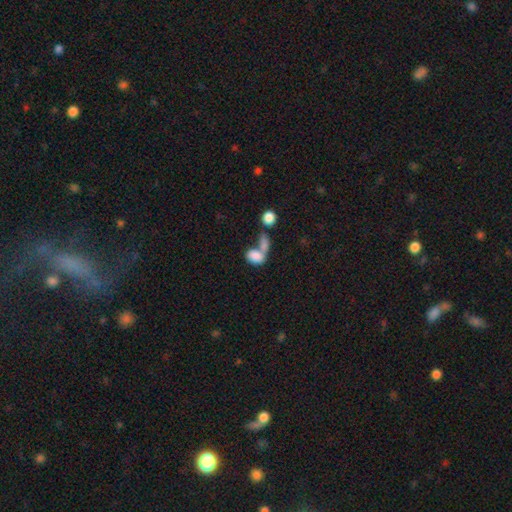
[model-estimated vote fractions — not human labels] Overall: smooth (80%). How rounded: in between (82%). Merging: merger (64%).